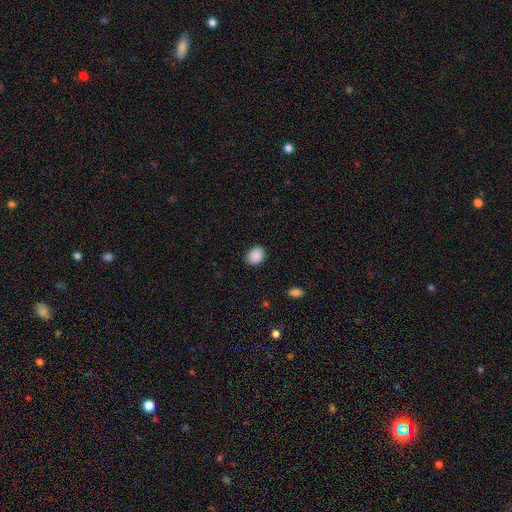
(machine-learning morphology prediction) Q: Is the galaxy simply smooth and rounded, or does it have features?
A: smooth — 89%.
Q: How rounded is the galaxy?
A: in between — 60%.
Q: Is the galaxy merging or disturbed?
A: none — 84%.